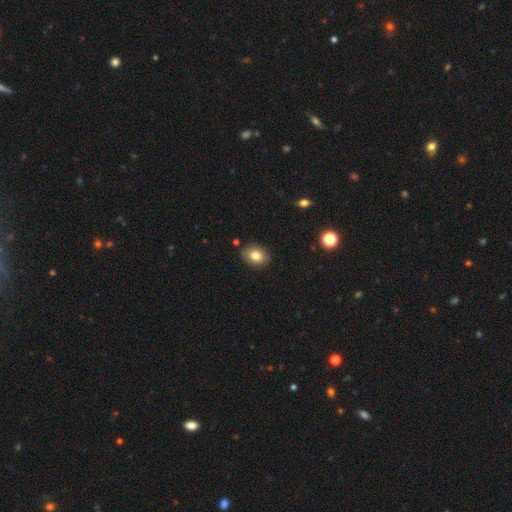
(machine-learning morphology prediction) This is clearly a smooth galaxy (81%). How rounded: likely in between (72%). Merging: clearly none (85%).